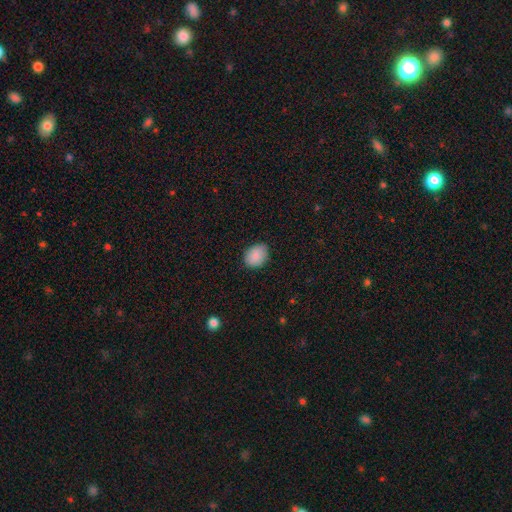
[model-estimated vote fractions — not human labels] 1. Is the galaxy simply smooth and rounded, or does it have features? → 88% smooth, 7% star or artifact, 5% featured or disk.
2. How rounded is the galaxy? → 63% in between, 36% round, 1% cigar-shaped.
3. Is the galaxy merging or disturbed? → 81% none, 15% minor disturbance, 3% major disturbance, 1% merger.